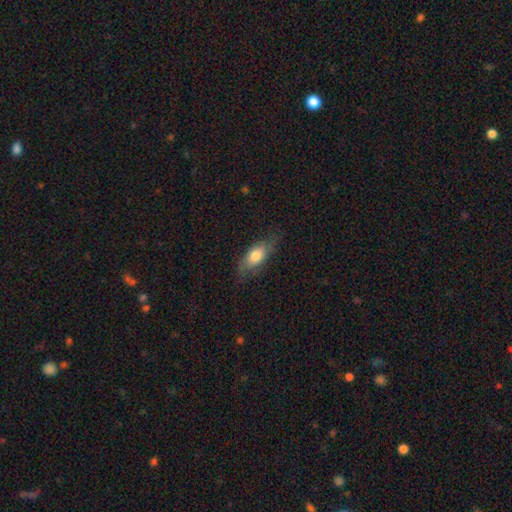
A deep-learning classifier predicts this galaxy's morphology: This appears to be a smooth galaxy with no disk features (71%) that is in between round and cigar-shaped (77%). Merging: none (70%).